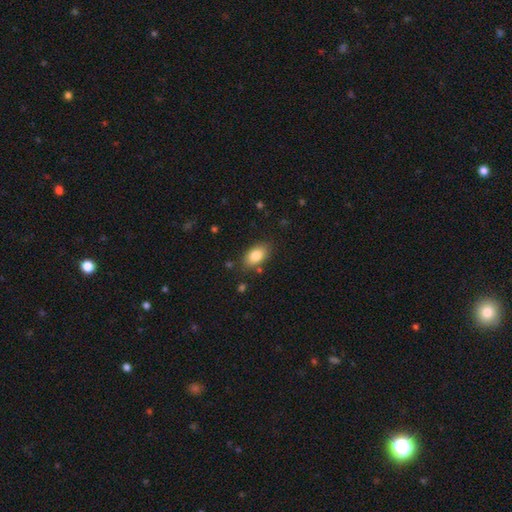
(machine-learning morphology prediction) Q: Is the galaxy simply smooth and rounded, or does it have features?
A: smooth — 83%.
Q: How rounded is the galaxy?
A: in between — 90%.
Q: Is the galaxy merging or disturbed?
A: none — 82%.